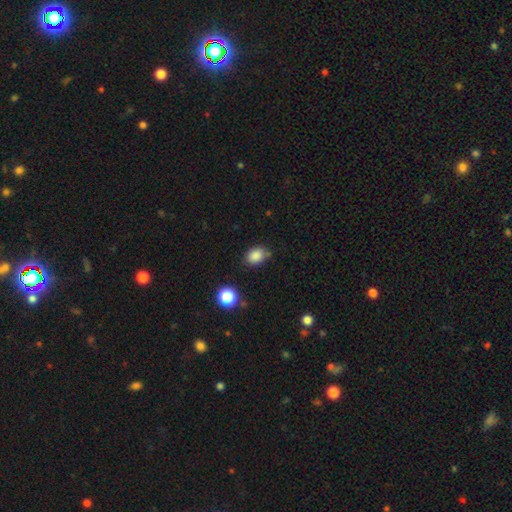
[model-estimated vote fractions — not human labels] This appears to be a smooth galaxy with no disk features (85%) that is in between round and cigar-shaped (59%). Merging: none (74%).